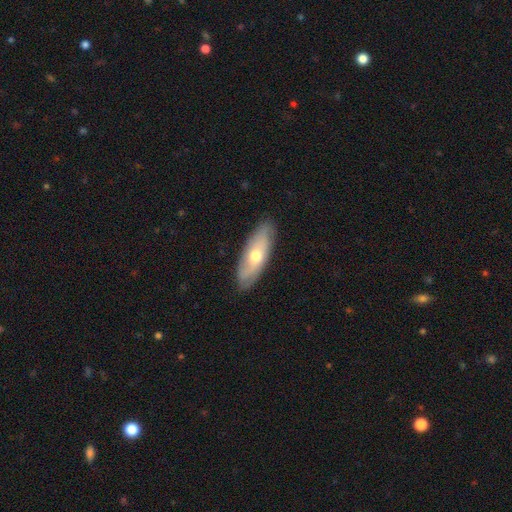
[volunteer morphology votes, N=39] Volunteers were most divided on "spiral arms": yes: 52%, no: 48%. More confident: merging — none (94%); edge-on disk — no (84%); bulge size — moderate (81%); bar — no (76%); spiral winding — tight (73%); smooth or featured — featured or disk (64%); spiral arm count — can't tell (55%).